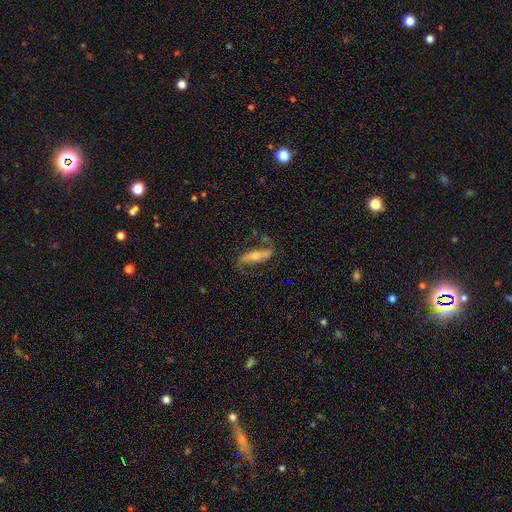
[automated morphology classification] A featured or disk galaxy (65%).

Vote fractions:
- Smooth or featured? featured or disk: 65% / smooth: 28% / star or artifact: 7%
- Edge-on disk? no: 66% / yes: 34%
- Merging? none: 68% / minor disturbance: 19% / major disturbance: 10% / merger: 3%